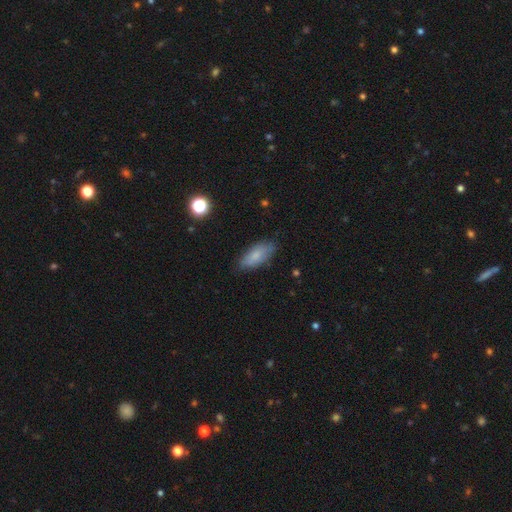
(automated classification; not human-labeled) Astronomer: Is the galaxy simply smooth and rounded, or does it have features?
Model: smooth — 78%.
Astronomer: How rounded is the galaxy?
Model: in between — 84%.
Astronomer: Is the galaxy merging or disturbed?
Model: none — 77%.